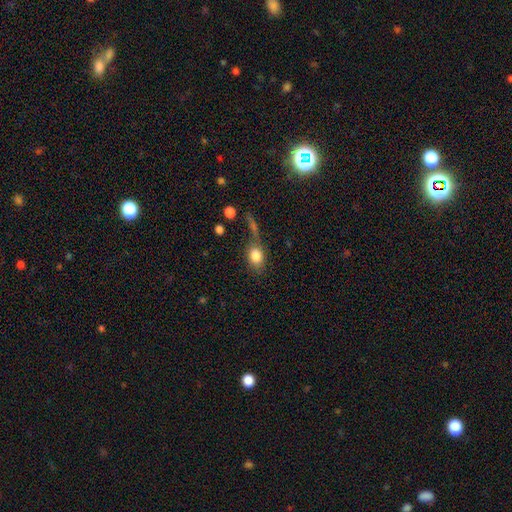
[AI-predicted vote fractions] Smooth or featured?
  - smooth: 82% *
  - star or artifact: 9%
  - featured or disk: 9%
How rounded?
  - in between: 64% *
  - round: 34%
  - cigar-shaped: 2%
Merging?
  - none: 57% *
  - merger: 17%
  - minor disturbance: 17%
  - major disturbance: 10%